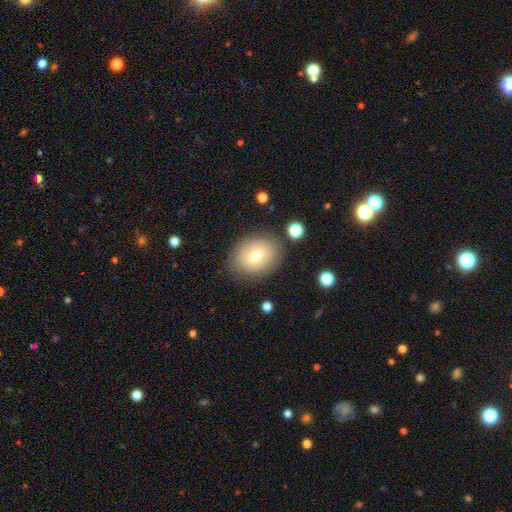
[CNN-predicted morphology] The model was most divided on "how rounded": in between: 54%, round: 45%, cigar-shaped: 1%. More confident: merging — none (78%); smooth or featured — smooth (60%).